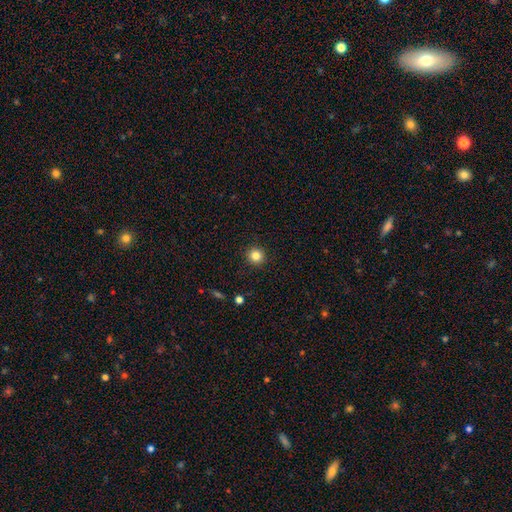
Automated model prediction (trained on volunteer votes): Smooth or featured?
  - smooth: 83% *
  - star or artifact: 12%
  - featured or disk: 5%
How rounded?
  - round: 94% *
  - in between: 5%
  - cigar-shaped: 1%
Merging?
  - none: 92% *
  - minor disturbance: 5%
  - major disturbance: 2%
  - merger: 1%